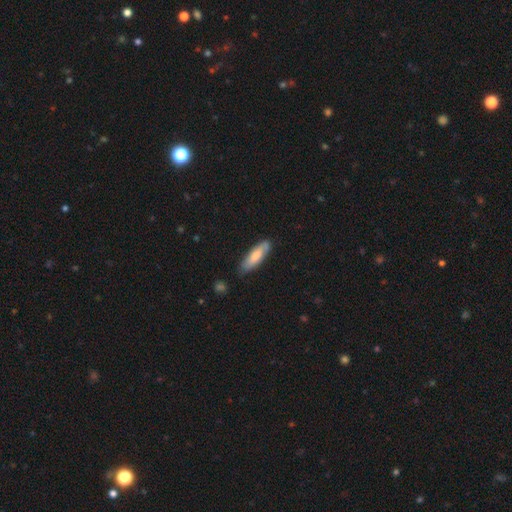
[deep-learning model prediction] smooth_or_featured: smooth (p=0.71) [alt: featured or disk p=0.24]
how_rounded: cigar-shaped (p=0.54) [alt: in between p=0.44]
merging: none (p=0.77) [alt: minor disturbance p=0.18]